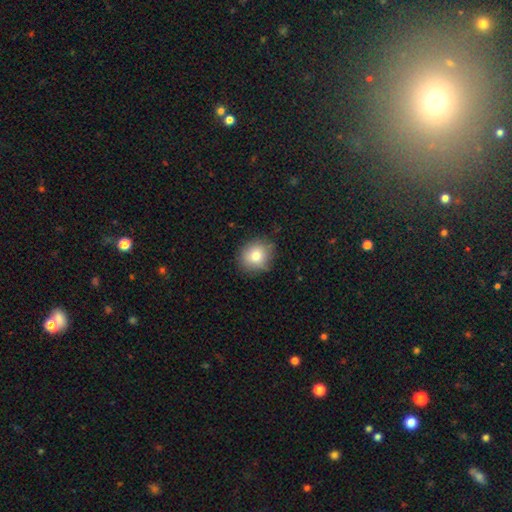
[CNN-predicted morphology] Smooth or featured? smooth (79%)
How rounded? round (77%)
Merging? none (78%)